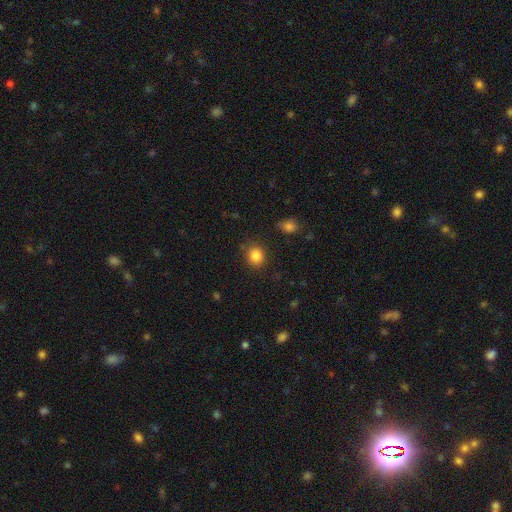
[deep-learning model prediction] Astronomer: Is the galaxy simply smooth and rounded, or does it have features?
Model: smooth — 85%.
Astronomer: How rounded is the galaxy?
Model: round — 82%.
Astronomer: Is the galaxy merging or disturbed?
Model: none — 84%.